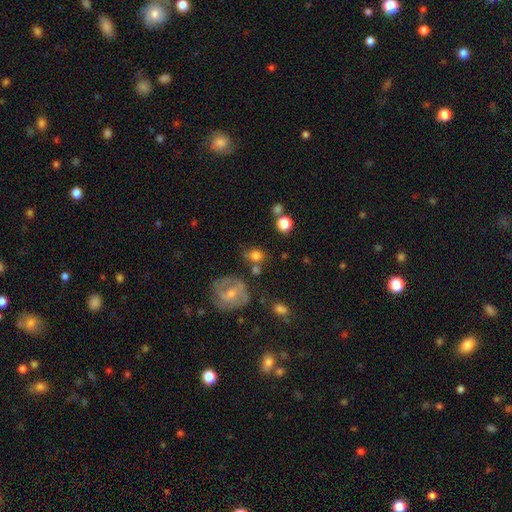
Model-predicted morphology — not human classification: smooth_or_featured: smooth (p=0.70) [alt: featured or disk p=0.19]
how_rounded: round (p=0.65) [alt: in between p=0.33]
merging: none (p=0.58) [alt: minor disturbance p=0.18]